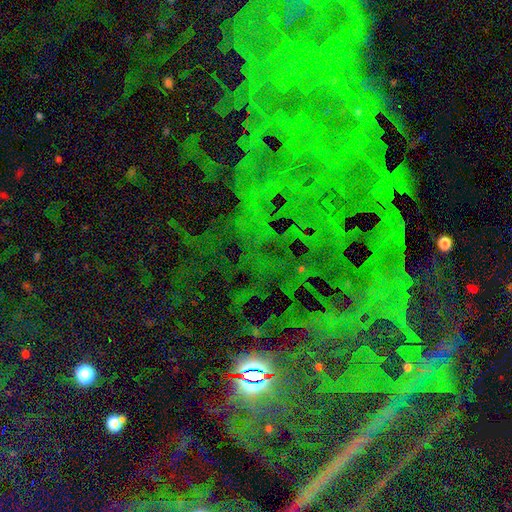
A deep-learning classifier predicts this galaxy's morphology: smooth-or-featured: star or artifact: 83% | featured or disk: 9% | smooth: 7%